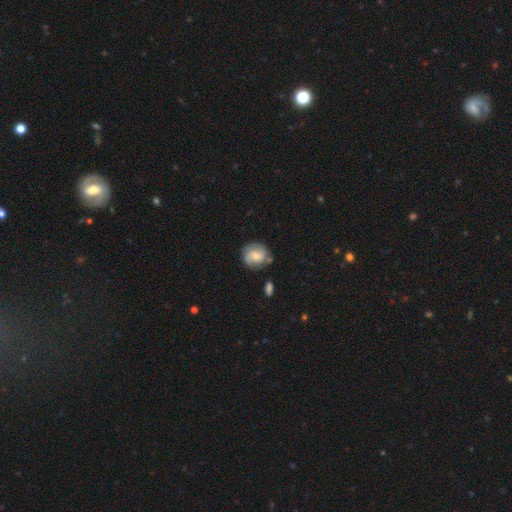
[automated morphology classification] A featured or disk galaxy (51%). Merging: none (69%).